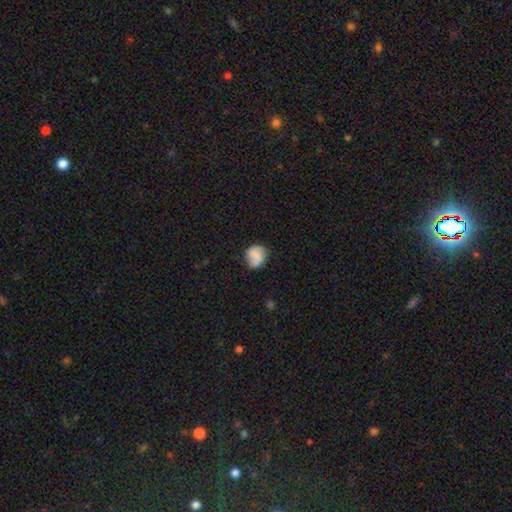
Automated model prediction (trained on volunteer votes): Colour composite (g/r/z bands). It shows a smooth galaxy with no disk features (67%) that is round (76%). Merging: none (66%).